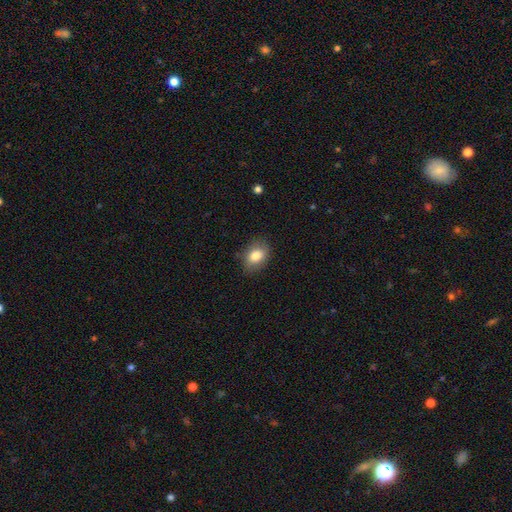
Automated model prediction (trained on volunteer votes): Overall: smooth (83%). How rounded: in between (78%). Merging: none (84%).